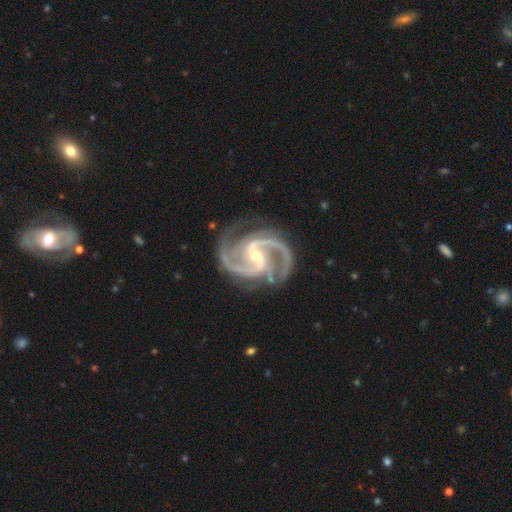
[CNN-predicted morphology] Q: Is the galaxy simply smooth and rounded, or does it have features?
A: featured or disk — 95%.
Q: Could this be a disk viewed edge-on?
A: no — 98%.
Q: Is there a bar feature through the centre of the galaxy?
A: weak — 42%.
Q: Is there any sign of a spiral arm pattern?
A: yes — 99%.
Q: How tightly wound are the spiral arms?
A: medium — 68%.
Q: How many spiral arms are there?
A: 2 — 73%.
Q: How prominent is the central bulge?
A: small — 61%.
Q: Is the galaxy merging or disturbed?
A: none — 78%.